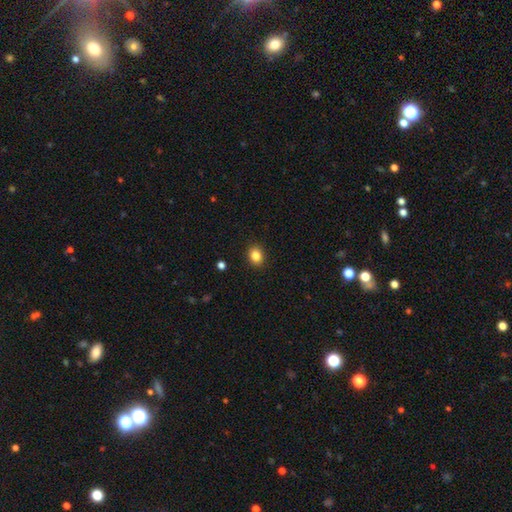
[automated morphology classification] type=smooth (85%); roundness=round (52%); merging=none (91%).